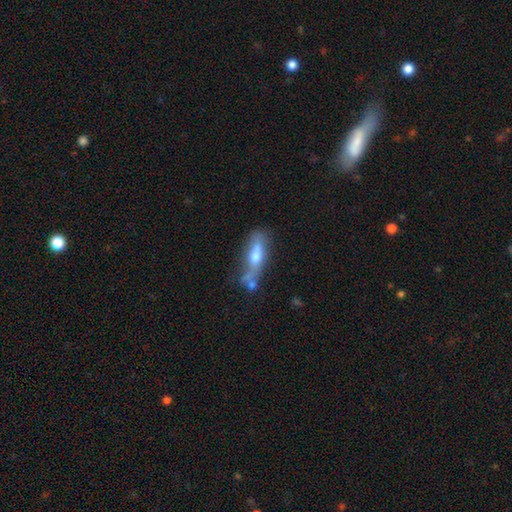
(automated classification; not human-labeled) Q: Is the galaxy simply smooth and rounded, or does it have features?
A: featured or disk — 48%.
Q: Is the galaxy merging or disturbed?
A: none — 42%.